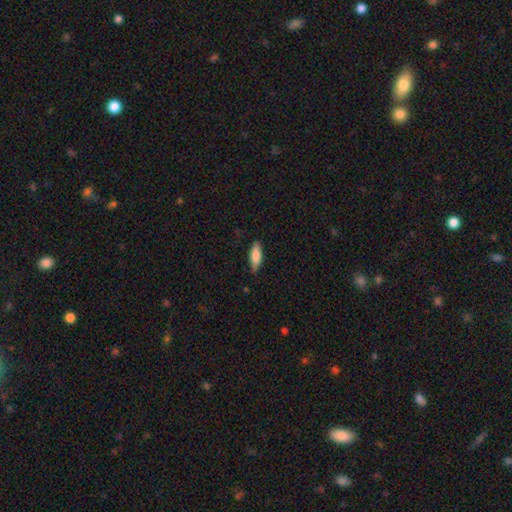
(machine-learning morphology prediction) The model was most divided on "how rounded": in between: 59%, cigar-shaped: 39%, round: 2%. More confident: smooth or featured — smooth (81%); merging — none (76%).